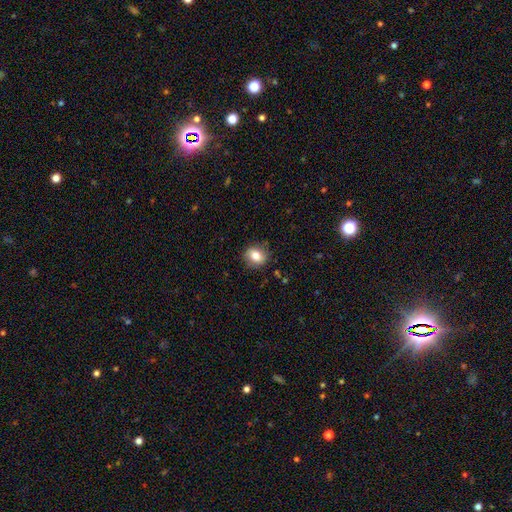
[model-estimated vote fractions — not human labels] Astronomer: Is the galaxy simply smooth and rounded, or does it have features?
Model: smooth — 79%.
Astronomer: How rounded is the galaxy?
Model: round — 66%.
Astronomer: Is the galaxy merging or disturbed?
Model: none — 86%.